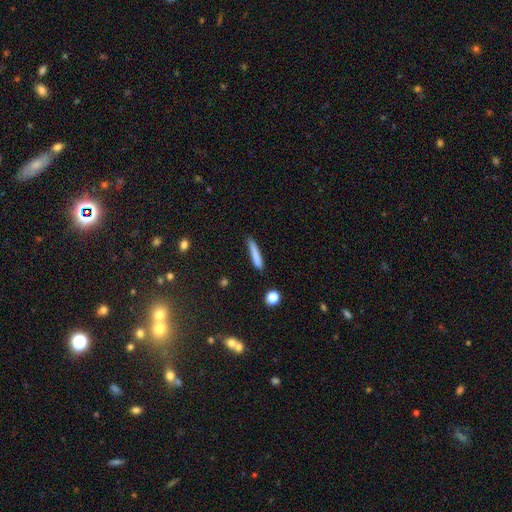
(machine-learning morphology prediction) The model was most divided on "merging": none: 82%, minor disturbance: 13%, major disturbance: 3%, merger: 2%. More confident: how rounded — cigar-shaped (92%); smooth or featured — smooth (81%).